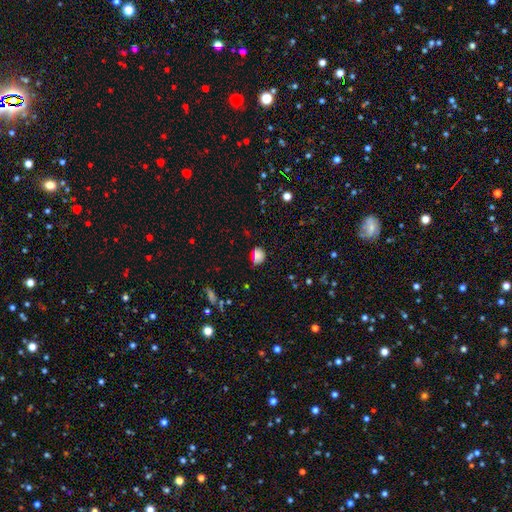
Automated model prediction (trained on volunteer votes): A smooth galaxy with no disk features (81%) that is in between round and cigar-shaped (66%).

Vote fractions:
- Smooth or featured? smooth: 81% / star or artifact: 13% / featured or disk: 7%
- How rounded? in between: 66% / round: 32% / cigar-shaped: 1%
- Merging? none: 54% / minor disturbance: 33% / major disturbance: 8% / merger: 5%